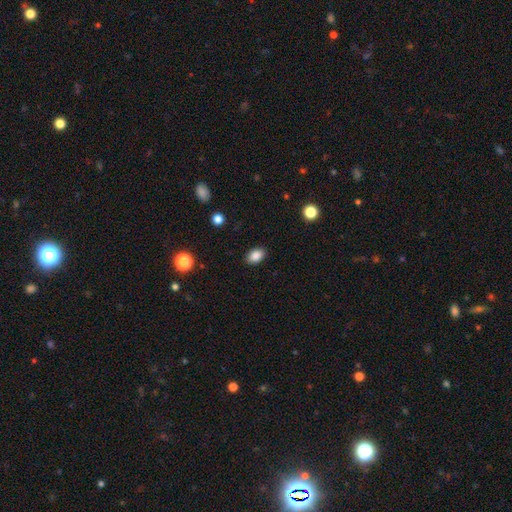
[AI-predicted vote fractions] A smooth galaxy with no disk features (87%) that is in between round and cigar-shaped (84%). Merging: none (89%).